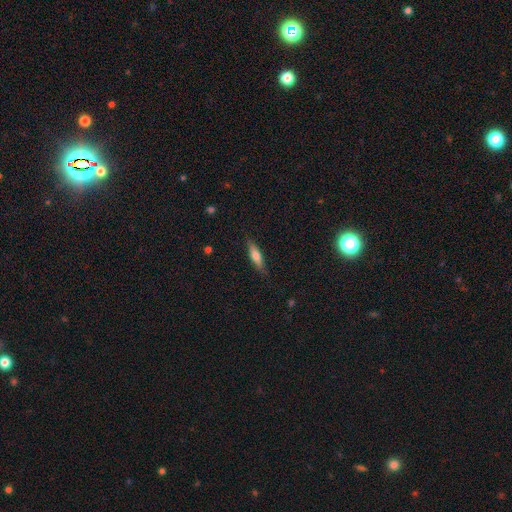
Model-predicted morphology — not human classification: Smooth or featured: smooth — 64% (featured or disk — 30%)
How rounded: cigar-shaped — 65% (in between — 33%)
Merging: none — 84% (minor disturbance — 12%)